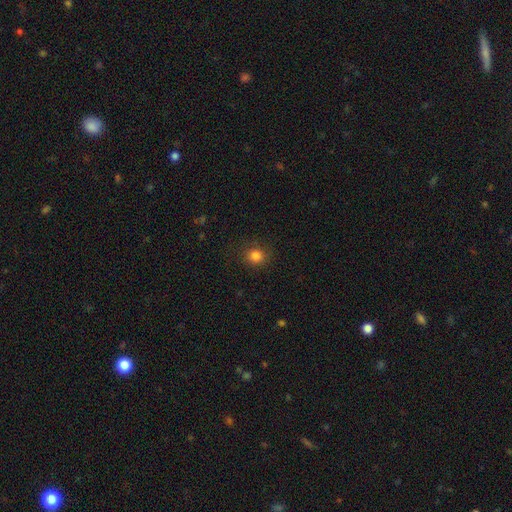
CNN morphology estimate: smooth_or_featured: smooth (p=0.83) [alt: star or artifact p=0.12]
how_rounded: round (p=0.85) [alt: in between p=0.14]
merging: none (p=0.86) [alt: minor disturbance p=0.10]